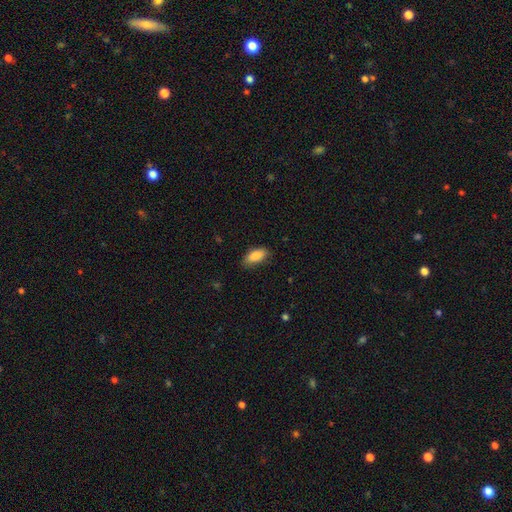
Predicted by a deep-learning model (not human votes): Smooth or featured? Predicted: smooth (p=0.88). How rounded? Predicted: in between (p=0.88). Merging? Predicted: none (p=0.79).